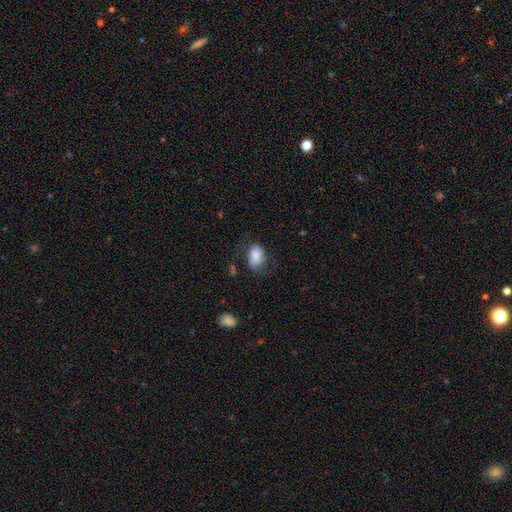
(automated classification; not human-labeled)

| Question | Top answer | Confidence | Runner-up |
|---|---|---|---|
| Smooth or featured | smooth | 69% | featured or disk (23%) |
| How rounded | in between | 86% | round (12%) |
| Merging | none | 48% | minor disturbance (26%) |